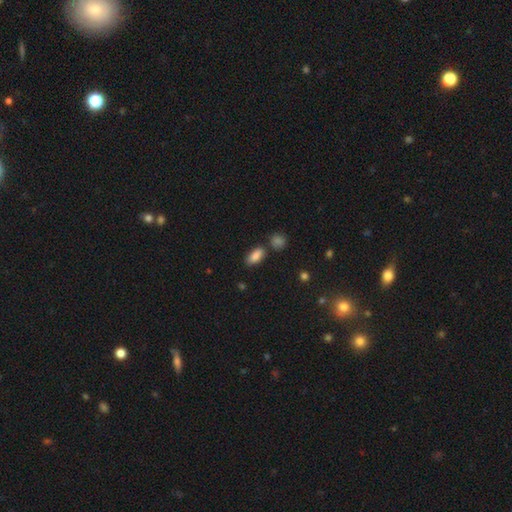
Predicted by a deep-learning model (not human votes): Morphology: type=smooth (87%); roundness=in between (86%); merging=none (74%).